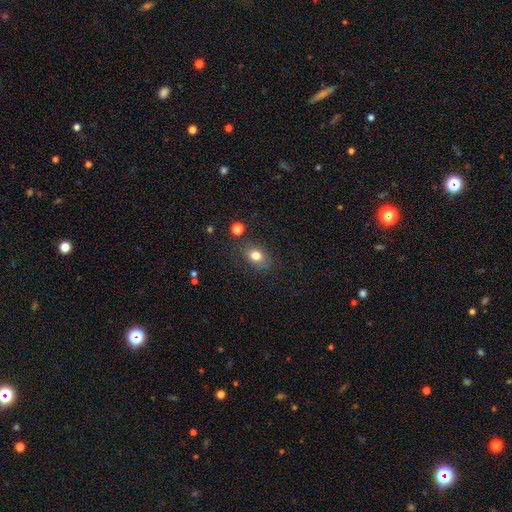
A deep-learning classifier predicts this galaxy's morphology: Smooth or featured? Predicted: smooth (p=0.78). How rounded? Predicted: in between (p=0.60). Merging? Predicted: none (p=0.75).